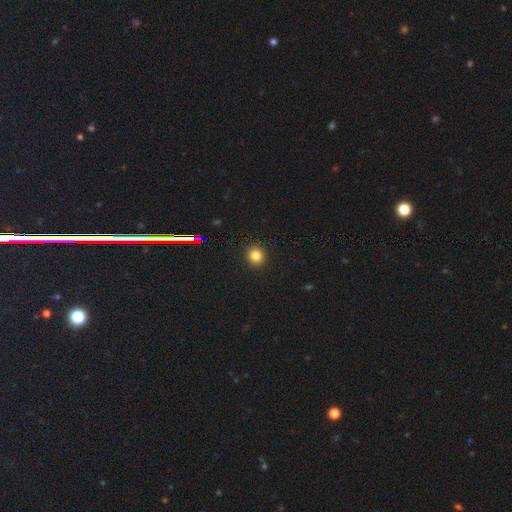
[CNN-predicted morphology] A smooth galaxy with no disk features (80%) that is round (88%).

Vote fractions:
- Smooth or featured? smooth: 80% / star or artifact: 14% / featured or disk: 6%
- How rounded? round: 88% / in between: 11% / cigar-shaped: 1%
- Merging? none: 93% / minor disturbance: 5% / major disturbance: 2% / merger: 1%